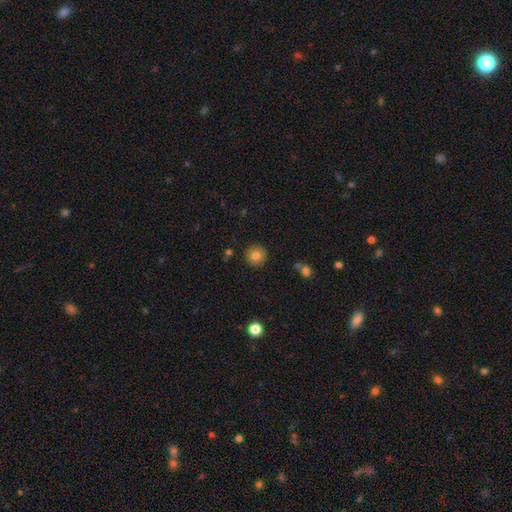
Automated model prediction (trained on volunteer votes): Smooth or featured?
  - smooth: 81% *
  - star or artifact: 10%
  - featured or disk: 9%
How rounded?
  - round: 95% *
  - in between: 4%
  - cigar-shaped: 1%
Merging?
  - none: 90% *
  - minor disturbance: 7%
  - major disturbance: 2%
  - merger: 2%